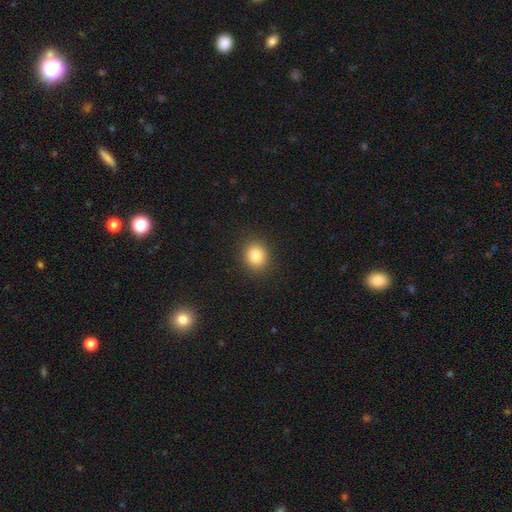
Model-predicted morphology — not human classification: A smooth galaxy with no disk features (83%) that is round (71%).

Vote fractions:
- Smooth or featured? smooth: 83% / star or artifact: 11% / featured or disk: 6%
- How rounded? round: 71% / in between: 28% / cigar-shaped: 1%
- Merging? none: 90% / minor disturbance: 7% / major disturbance: 2% / merger: 1%